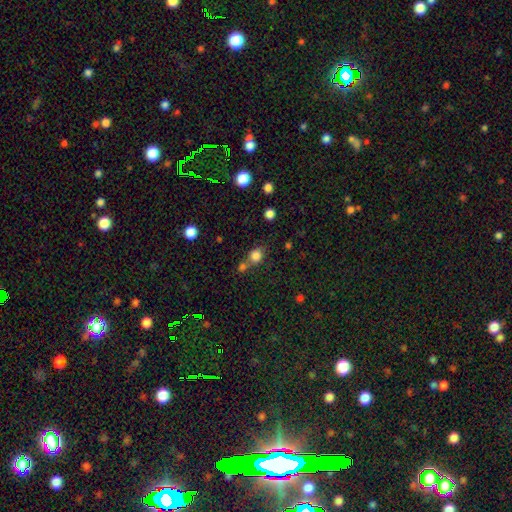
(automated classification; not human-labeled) Q: Smooth or featured?
A: smooth (81%); runner-up: star or artifact (12%)
Q: How rounded?
A: round (70%); runner-up: in between (28%)
Q: Merging?
A: none (49%); runner-up: merger (35%)